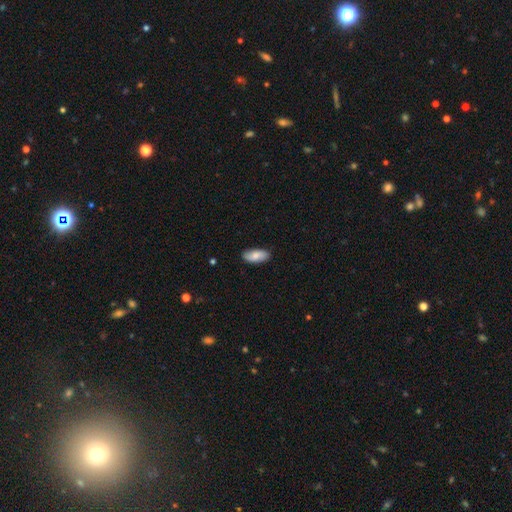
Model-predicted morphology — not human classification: smooth 77%, featured or disk 17%, star or artifact 6%. Down the decision tree: how rounded — in between (89%); merging — none (86%).